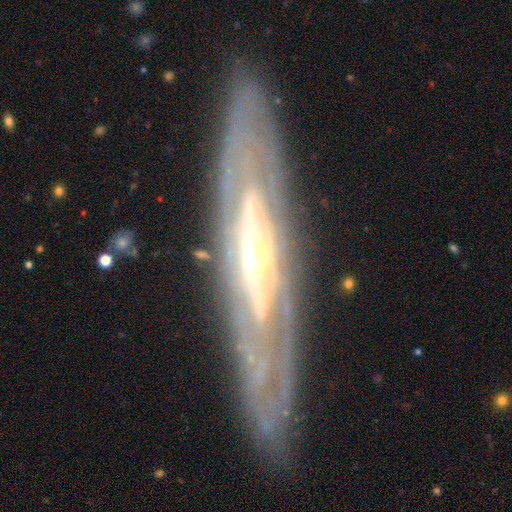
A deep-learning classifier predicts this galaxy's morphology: A featured or disk galaxy (84%) with no bar (60%), spiral arms (68%) and a moderate central bulge (61%). Merging: none (74%).